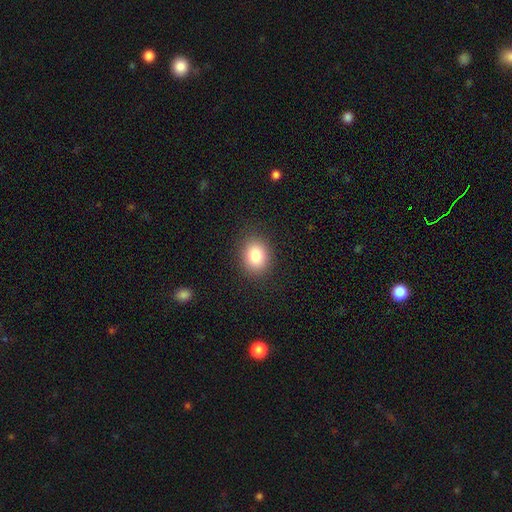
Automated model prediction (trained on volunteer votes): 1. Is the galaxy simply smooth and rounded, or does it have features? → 83% smooth, 9% star or artifact, 7% featured or disk.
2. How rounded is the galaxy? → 52% round, 47% in between, 1% cigar-shaped.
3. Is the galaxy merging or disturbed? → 88% none, 8% minor disturbance, 3% major disturbance, 1% merger.